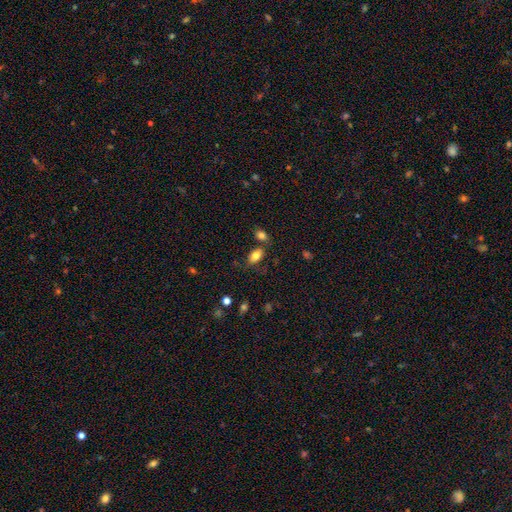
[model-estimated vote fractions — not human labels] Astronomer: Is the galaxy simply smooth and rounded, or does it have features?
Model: smooth — 81%.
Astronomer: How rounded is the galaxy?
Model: in between — 91%.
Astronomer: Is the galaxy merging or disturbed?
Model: none — 69%.